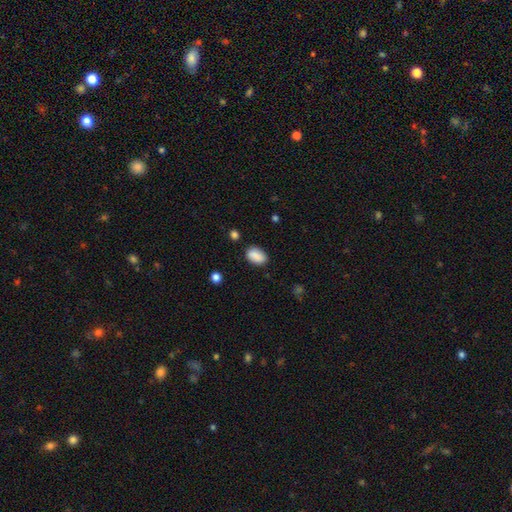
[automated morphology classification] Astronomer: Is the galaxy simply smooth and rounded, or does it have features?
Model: smooth — 88%.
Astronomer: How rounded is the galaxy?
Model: in between — 90%.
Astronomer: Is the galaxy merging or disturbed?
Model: none — 83%.